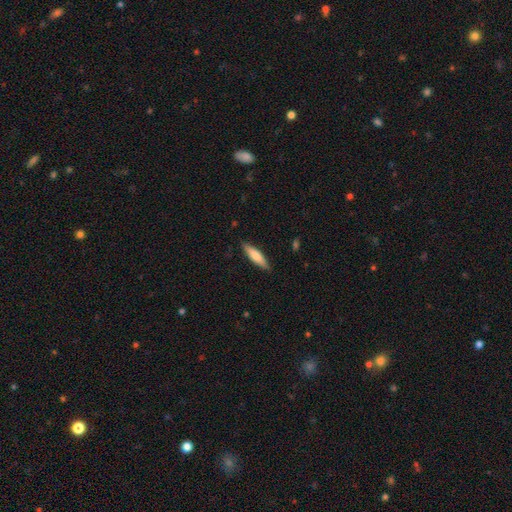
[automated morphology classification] smooth-or-featured: smooth: 70% | featured or disk: 24% | star or artifact: 5%
  how-rounded: cigar-shaped: 73% | in between: 26% | round: 1%
  merging: none: 88% | minor disturbance: 9% | major disturbance: 2% | merger: 1%